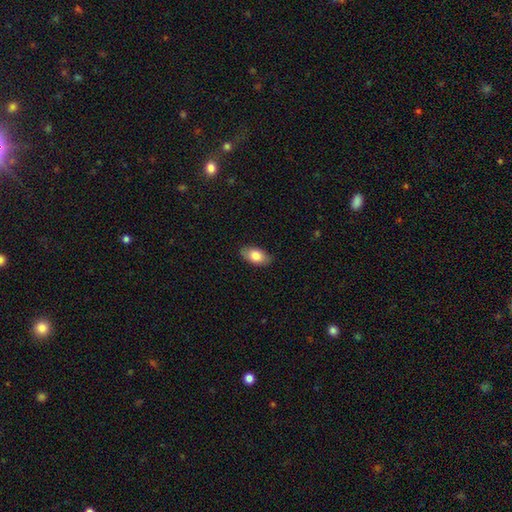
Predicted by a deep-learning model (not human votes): smooth_or_featured: smooth (p=0.81) [alt: featured or disk p=0.12]
how_rounded: in between (p=0.92) [alt: round p=0.05]
merging: none (p=0.84) [alt: minor disturbance p=0.12]